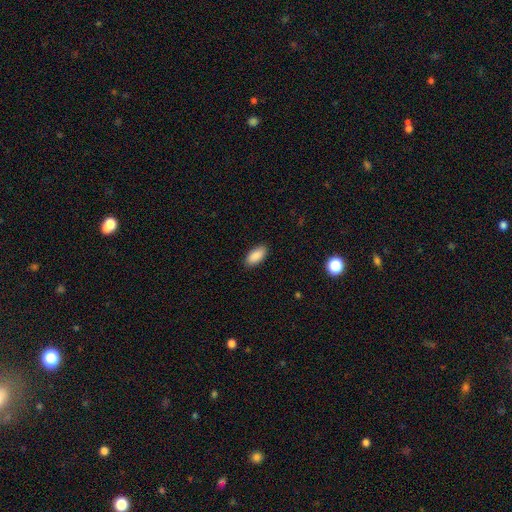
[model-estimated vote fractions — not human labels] Overall: smooth (89%). How rounded: in between (91%). Merging: none (88%).